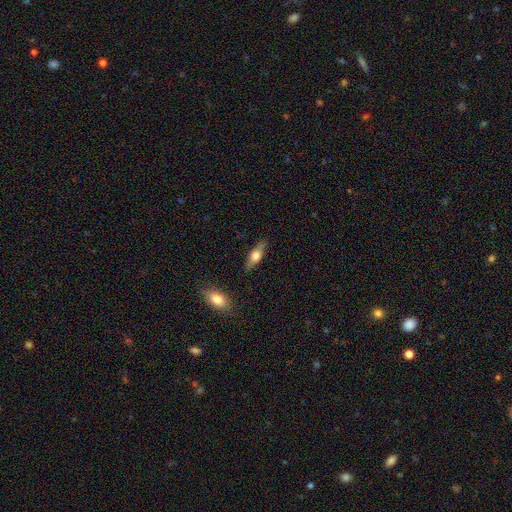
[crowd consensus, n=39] This appears to be a smooth galaxy with no disk features (49%, tied with featured or disk) that is in between round and cigar-shaped (53%). Merging: none (87%).